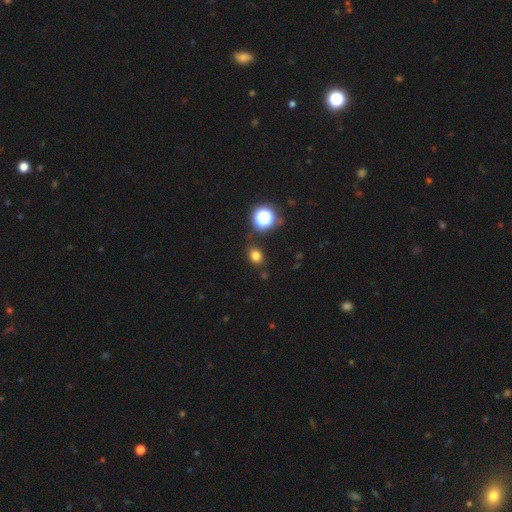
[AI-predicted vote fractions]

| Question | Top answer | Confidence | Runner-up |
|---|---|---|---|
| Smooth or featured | smooth | 76% | star or artifact (18%) |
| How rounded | round | 58% | in between (41%) |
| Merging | none | 84% | minor disturbance (10%) |